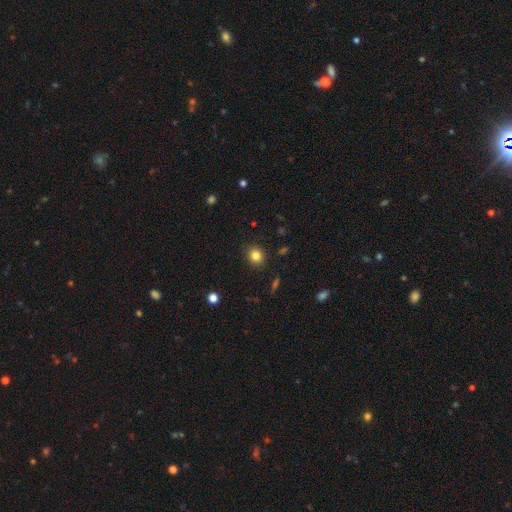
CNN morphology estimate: A smooth galaxy with no disk features (83%) that is round (74%).

Vote fractions:
- Smooth or featured? smooth: 83% / star or artifact: 11% / featured or disk: 6%
- How rounded? round: 74% / in between: 25% / cigar-shaped: 1%
- Merging? none: 89% / minor disturbance: 8% / major disturbance: 2% / merger: 1%